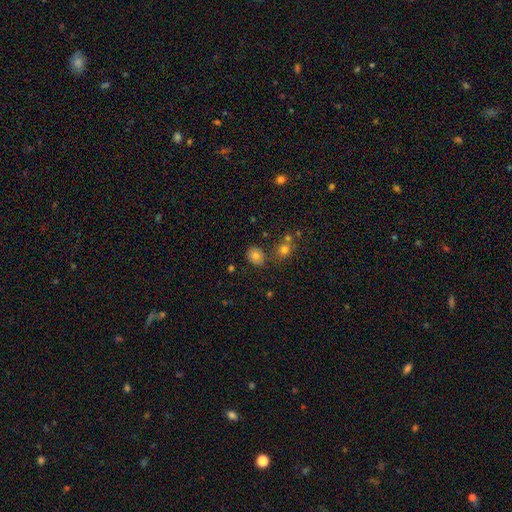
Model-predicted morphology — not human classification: smooth-or-featured: smooth: 76% | star or artifact: 13% | featured or disk: 11%
  how-rounded: round: 59% | in between: 40% | cigar-shaped: 1%
  merging: none: 75% | minor disturbance: 13% | merger: 9% | major disturbance: 3%